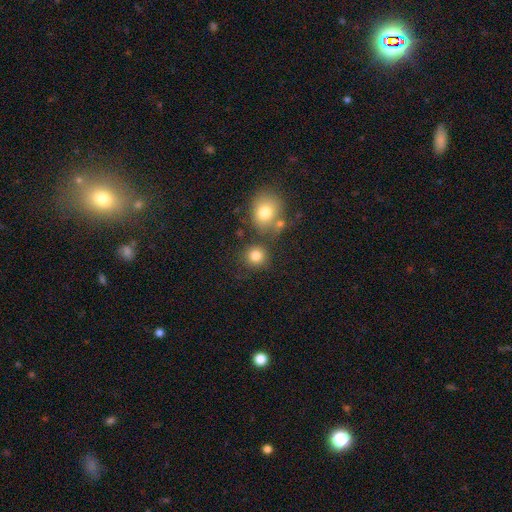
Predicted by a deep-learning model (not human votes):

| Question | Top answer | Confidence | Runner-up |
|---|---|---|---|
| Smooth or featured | smooth | 81% | star or artifact (12%) |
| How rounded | round | 88% | in between (11%) |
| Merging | none | 74% | merger (13%) |